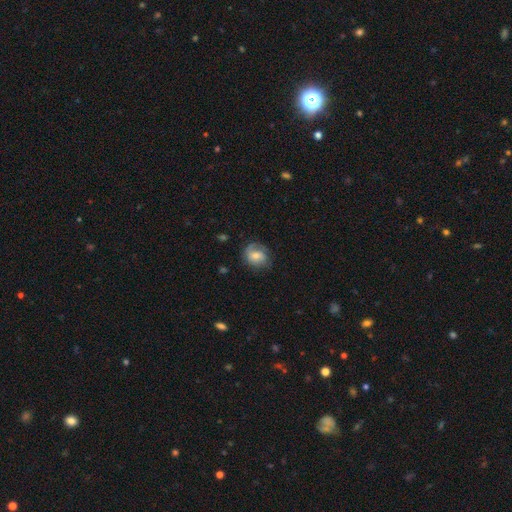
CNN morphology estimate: smooth 50%, featured or disk 42%, star or artifact 8%. Down the decision tree: merging — none (64%).